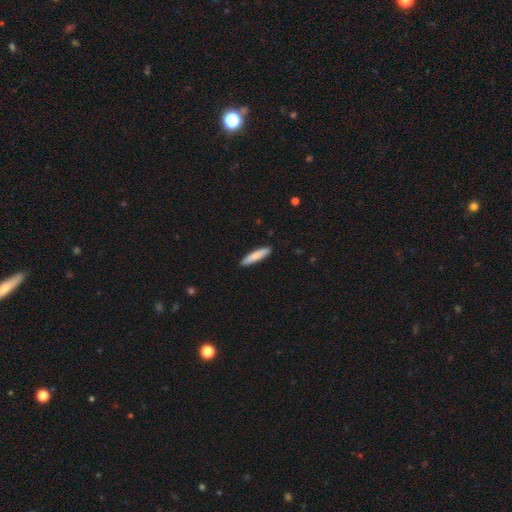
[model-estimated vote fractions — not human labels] Smooth or featured? Predicted: smooth (p=0.84). How rounded? Predicted: cigar-shaped (p=0.85). Merging? Predicted: none (p=0.90).